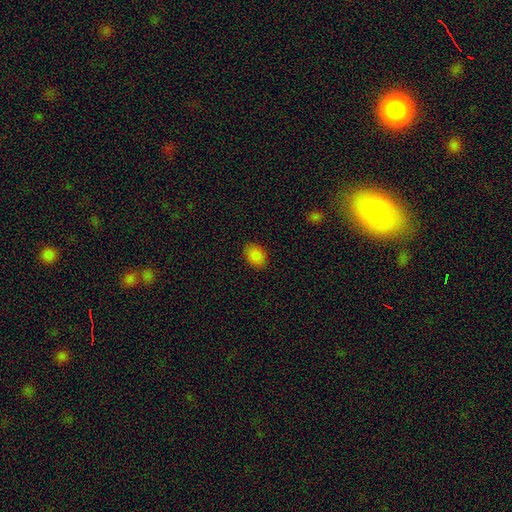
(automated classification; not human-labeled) Overall: smooth (86%). How rounded: in between (73%). Merging: none (87%).